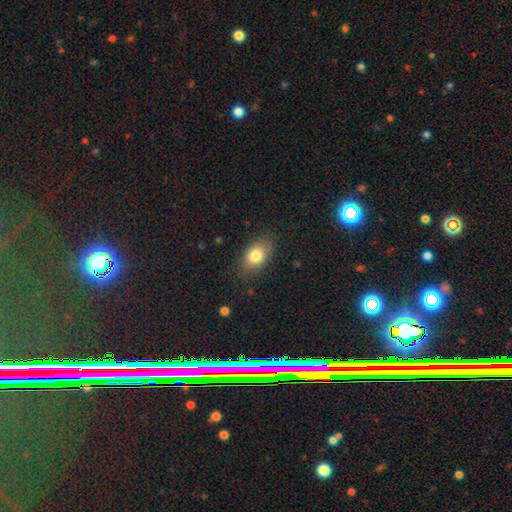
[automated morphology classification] smooth_or_featured: smooth (p=0.80) [alt: featured or disk p=0.11]
how_rounded: in between (p=0.82) [alt: round p=0.16]
merging: none (p=0.81) [alt: minor disturbance p=0.14]